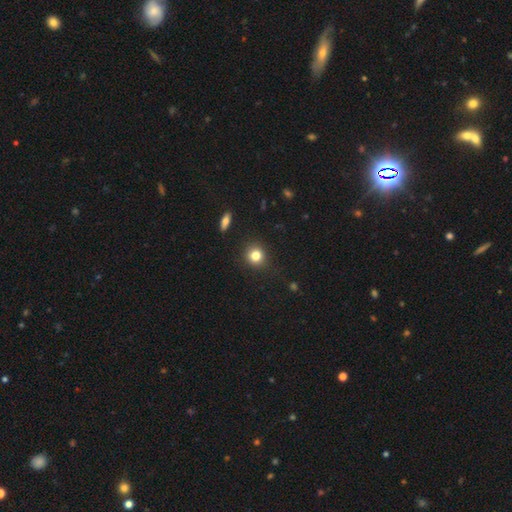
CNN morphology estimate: A smooth galaxy with no disk features (81%) that is round (88%). Merging: none (89%).